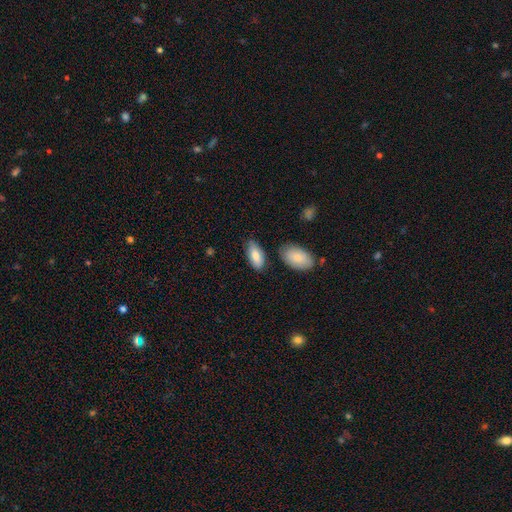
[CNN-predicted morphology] Smooth or featured? Predicted: smooth (p=0.79). How rounded? Predicted: in between (p=0.91). Merging? Predicted: none (p=0.73).